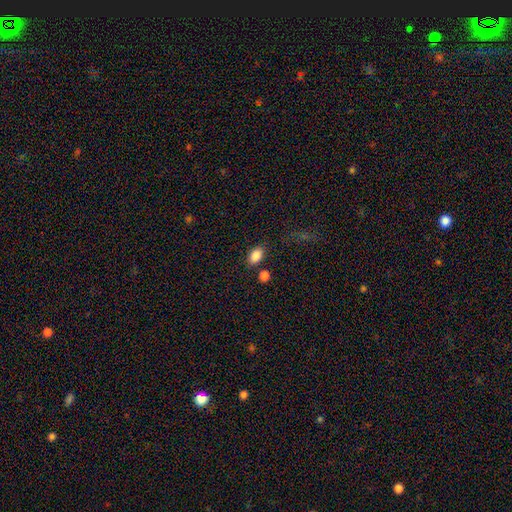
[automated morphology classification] The model was most divided on "merging": none: 77%, minor disturbance: 12%, merger: 8%, major disturbance: 4%. More confident: smooth or featured — smooth (86%); how rounded — in between (85%).